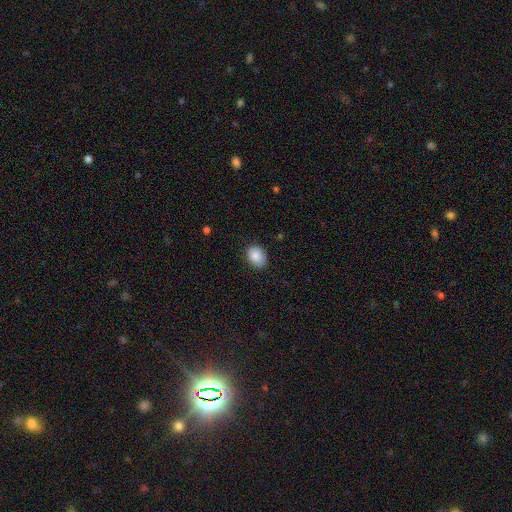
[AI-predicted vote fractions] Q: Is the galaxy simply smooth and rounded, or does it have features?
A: smooth — 88%.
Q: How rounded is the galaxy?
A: in between — 63%.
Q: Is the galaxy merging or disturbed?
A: none — 80%.